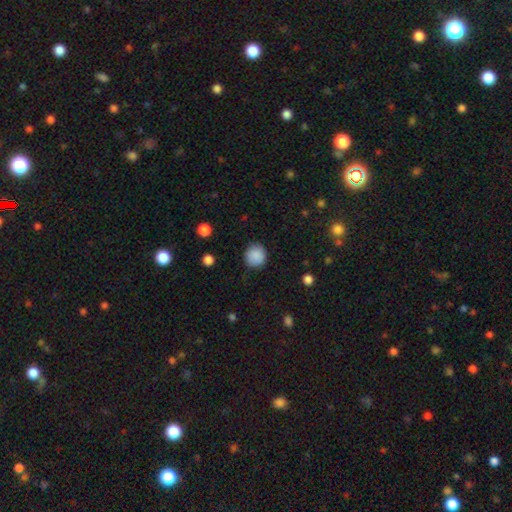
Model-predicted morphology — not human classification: Q: Smooth or featured?
A: smooth (88%); runner-up: star or artifact (9%)
Q: How rounded?
A: round (91%); runner-up: in between (8%)
Q: Merging?
A: none (86%); runner-up: minor disturbance (10%)